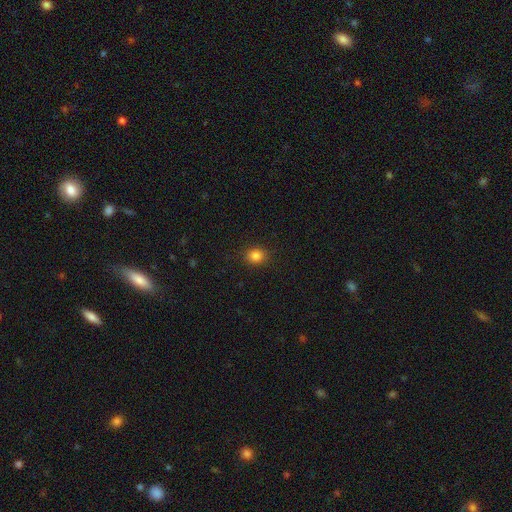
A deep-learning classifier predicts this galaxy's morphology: This appears to be a smooth galaxy with no disk features (84%) that is round (71%). Merging: none (90%).